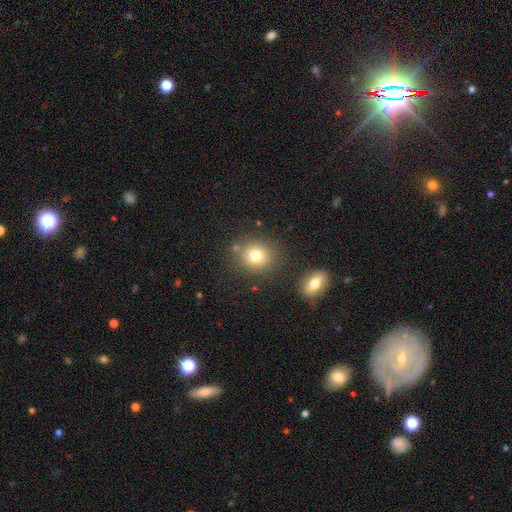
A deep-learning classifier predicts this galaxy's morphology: Smooth or featured: smooth — 78% (star or artifact — 12%)
How rounded: round — 80% (in between — 19%)
Merging: none — 77% (minor disturbance — 10%)